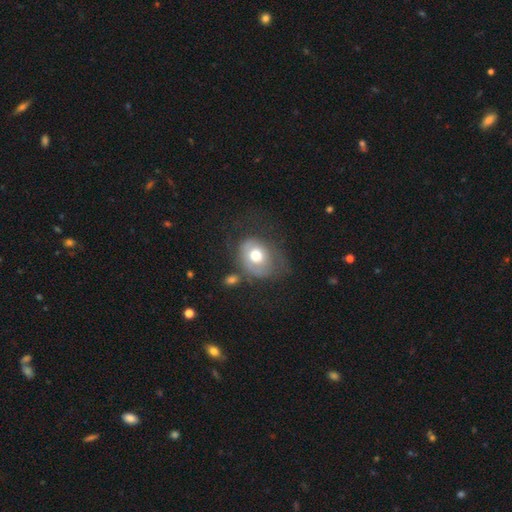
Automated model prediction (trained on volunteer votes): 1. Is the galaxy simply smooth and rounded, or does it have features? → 56% smooth, 36% featured or disk, 8% star or artifact.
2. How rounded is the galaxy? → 54% in between, 45% round, 1% cigar-shaped.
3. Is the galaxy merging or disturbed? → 41% none, 26% major disturbance, 26% minor disturbance, 7% merger.